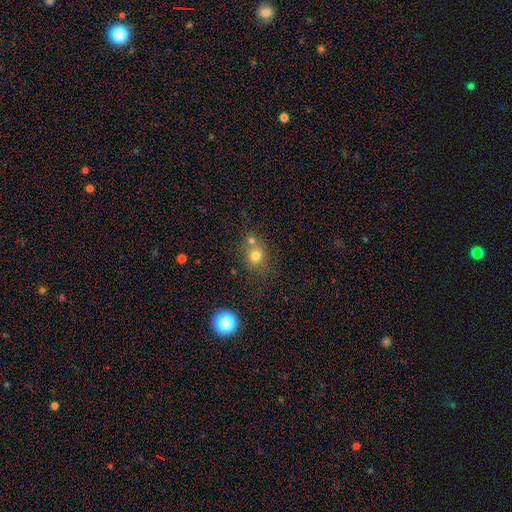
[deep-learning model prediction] smooth-or-featured: smooth: 72% | star or artifact: 16% | featured or disk: 12%
  how-rounded: round: 77% | in between: 22% | cigar-shaped: 1%
  merging: none: 54% | merger: 29% | minor disturbance: 12% | major disturbance: 5%